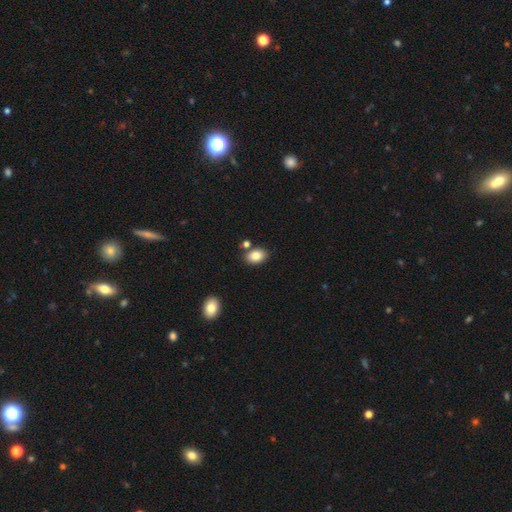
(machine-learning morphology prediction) A smooth galaxy with no disk features (83%) that is in between round and cigar-shaped (82%). Merging: none (77%).